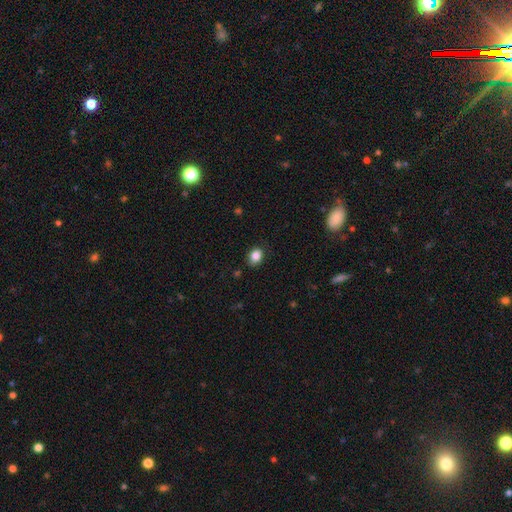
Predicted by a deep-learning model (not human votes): This appears to be a smooth galaxy with no disk features (85%) that is in between round and cigar-shaped (54%). Merging: none (83%).